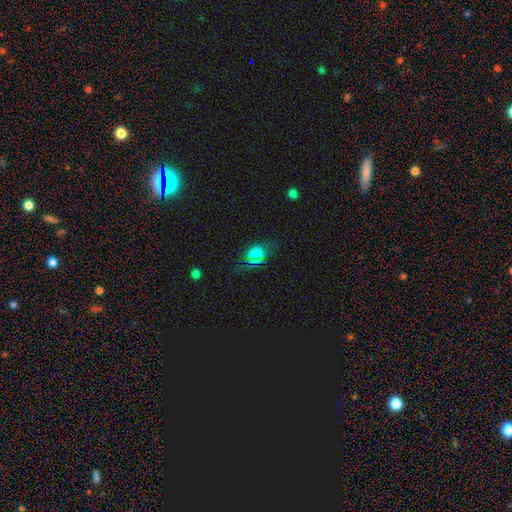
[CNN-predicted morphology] This is likely a smooth galaxy (69%). How rounded: likely in between (75%). Merging: likely none (76%).